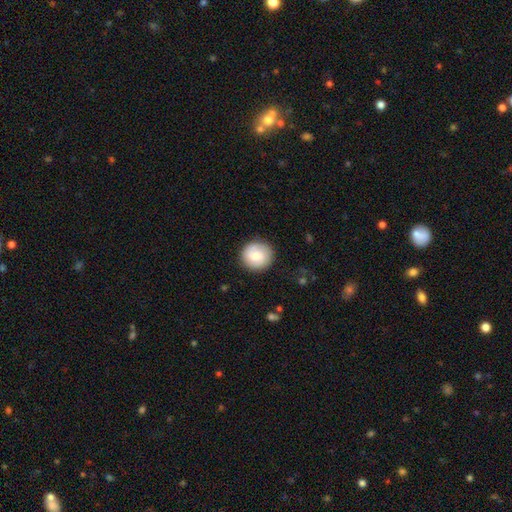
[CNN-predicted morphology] This is likely a smooth galaxy (72%). How rounded: clearly round (92%). Merging: clearly none (88%).